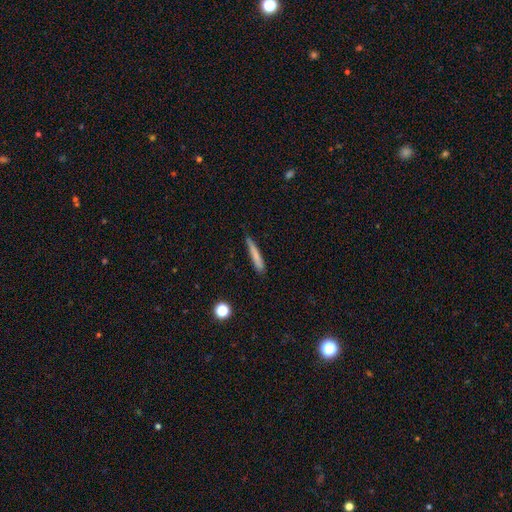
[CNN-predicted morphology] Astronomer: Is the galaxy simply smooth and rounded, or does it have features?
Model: smooth — 76%.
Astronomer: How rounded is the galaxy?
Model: cigar-shaped — 94%.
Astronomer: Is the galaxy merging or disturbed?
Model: none — 77%.